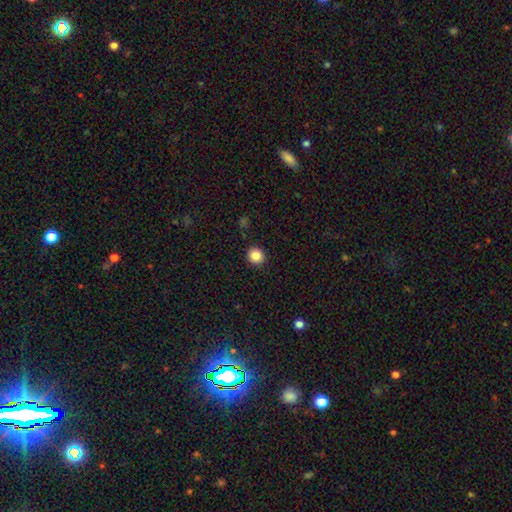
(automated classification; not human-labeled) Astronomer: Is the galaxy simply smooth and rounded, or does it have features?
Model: smooth — 85%.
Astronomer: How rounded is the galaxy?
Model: round — 91%.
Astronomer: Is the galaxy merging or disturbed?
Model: none — 92%.